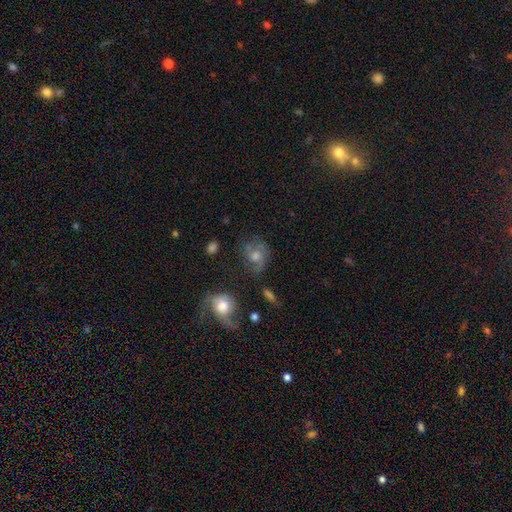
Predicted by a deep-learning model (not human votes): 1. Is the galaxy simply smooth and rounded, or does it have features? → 45% featured or disk, 40% smooth, 16% star or artifact.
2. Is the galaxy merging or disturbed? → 45% none, 25% major disturbance, 22% minor disturbance, 7% merger.